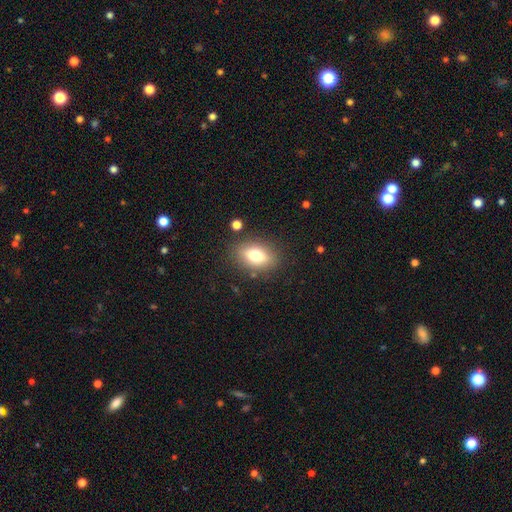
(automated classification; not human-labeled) smooth 69%, featured or disk 21%, star or artifact 10%. Down the decision tree: how rounded — in between (79%); merging — none (83%).